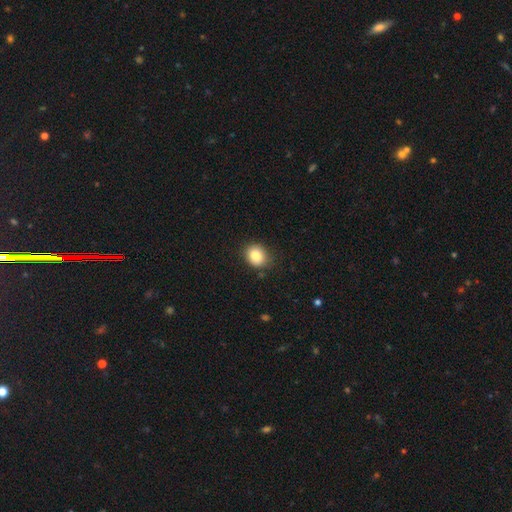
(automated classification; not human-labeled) This is clearly a smooth galaxy (85%). How rounded: possibly round (59%). Merging: likely none (78%).